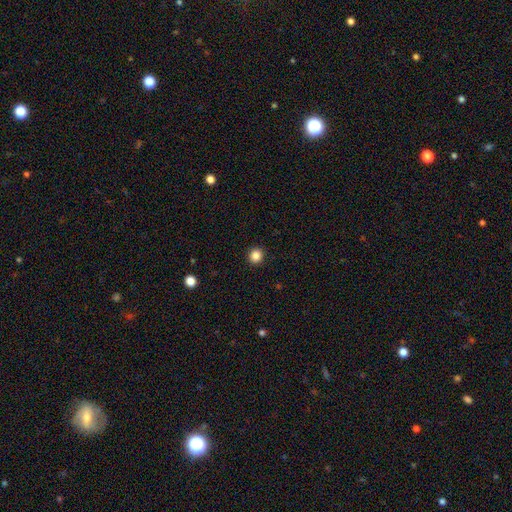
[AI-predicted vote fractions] A smooth galaxy with no disk features (85%) that is round (93%).

Vote fractions:
- Smooth or featured? smooth: 85% / star or artifact: 11% / featured or disk: 4%
- How rounded? round: 93% / in between: 7% / cigar-shaped: 1%
- Merging? none: 93% / minor disturbance: 4% / major disturbance: 2% / merger: 1%